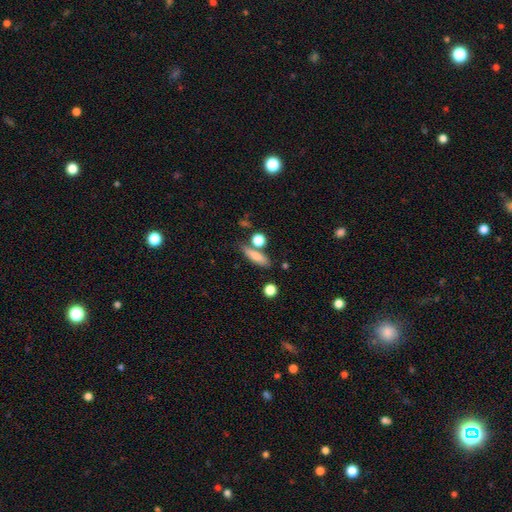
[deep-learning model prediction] Q: Smooth or featured?
A: smooth (75%); runner-up: featured or disk (17%)
Q: How rounded?
A: cigar-shaped (53%); runner-up: in between (39%)
Q: Merging?
A: none (69%); runner-up: merger (14%)